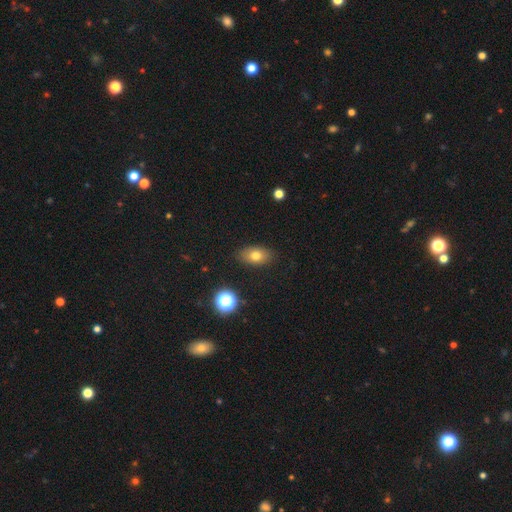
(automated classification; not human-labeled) The model was most divided on "smooth or featured": smooth: 75%, featured or disk: 14%, star or artifact: 12%. More confident: merging — none (86%); how rounded — in between (84%).